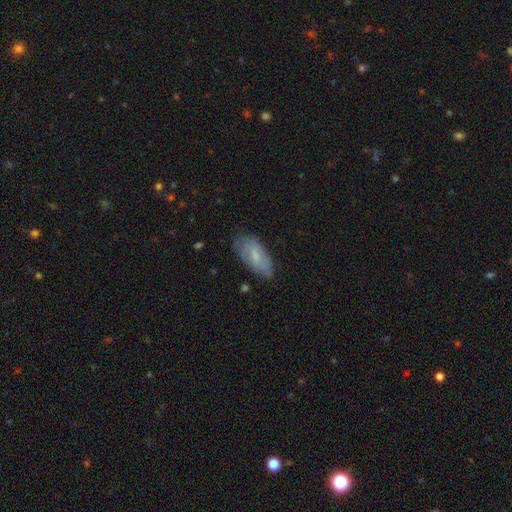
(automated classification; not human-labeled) A smooth galaxy with no disk features (62%) that is in between round and cigar-shaped (86%). Merging: none (68%).